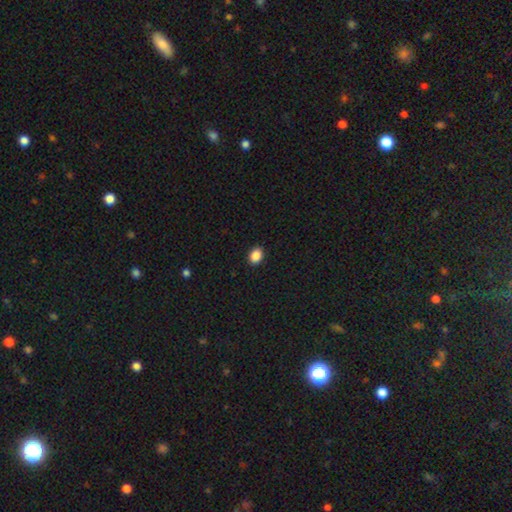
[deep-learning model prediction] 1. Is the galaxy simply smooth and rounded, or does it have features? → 89% smooth, 9% star or artifact, 3% featured or disk.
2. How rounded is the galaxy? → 66% in between, 33% round, 1% cigar-shaped.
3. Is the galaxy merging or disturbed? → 91% none, 7% minor disturbance, 2% major disturbance, 1% merger.